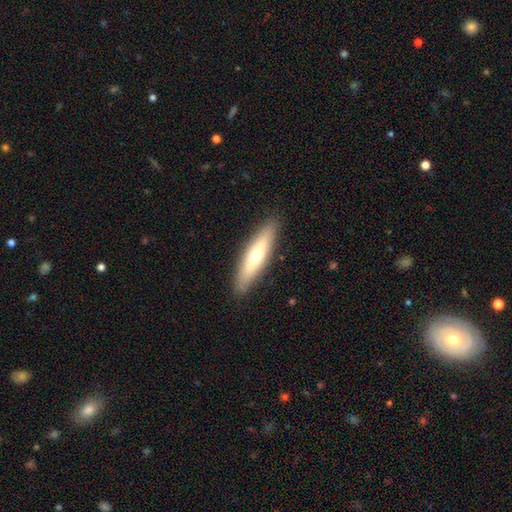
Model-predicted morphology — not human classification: Smooth or featured? Predicted: smooth (p=0.53). How rounded? Predicted: cigar-shaped (p=0.76). Merging? Predicted: none (p=0.90).